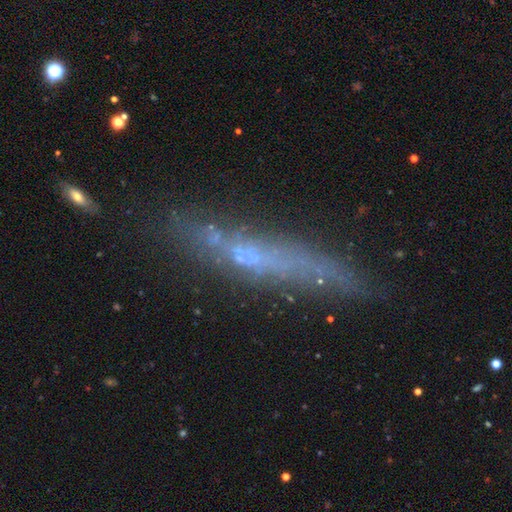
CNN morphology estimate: This is possibly a featured or disk galaxy (50%). It is likely viewed edge-on (75%). Merging: likely none (64%).